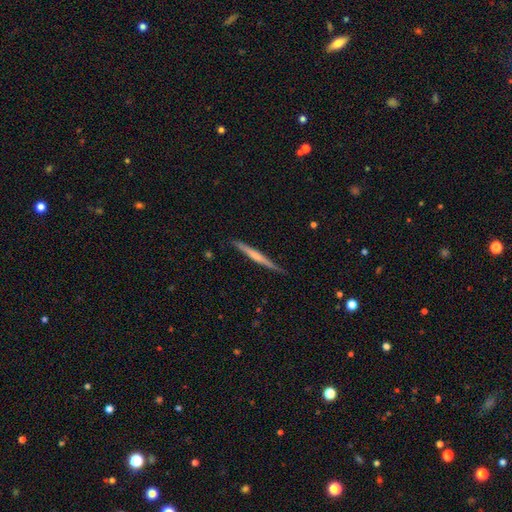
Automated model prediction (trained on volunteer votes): Q: Smooth or featured?
A: featured or disk (58%); runner-up: smooth (36%)
Q: Edge-on disk?
A: yes (98%); runner-up: no (2%)
Q: Edge-on bulge?
A: none (46%); runner-up: rounded (45%)
Q: Merging?
A: none (87%); runner-up: minor disturbance (11%)